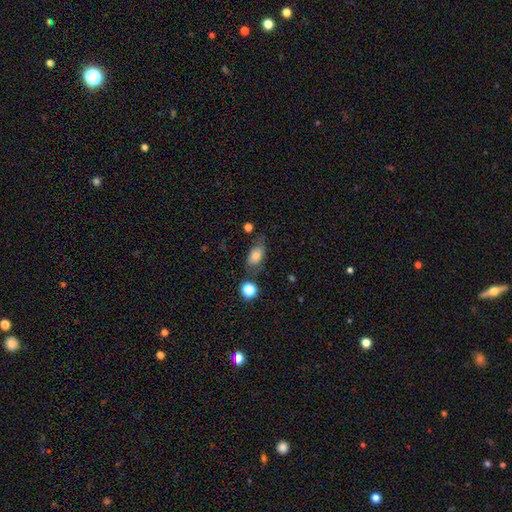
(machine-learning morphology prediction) type=smooth (76%); roundness=in between (87%); merging=none (60%).